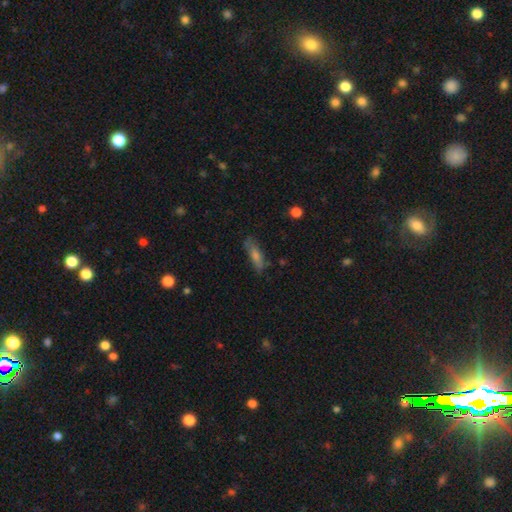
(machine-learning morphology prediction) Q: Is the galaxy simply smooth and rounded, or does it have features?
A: smooth — 61%.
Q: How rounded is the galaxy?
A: cigar-shaped — 64%.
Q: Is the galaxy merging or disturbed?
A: none — 76%.